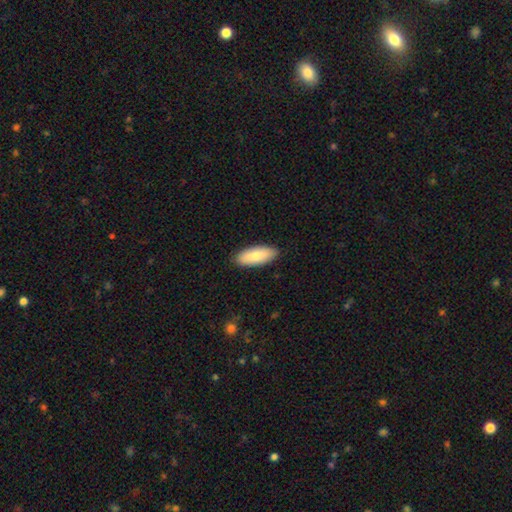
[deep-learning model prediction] smooth_or_featured: smooth (p=0.82) [alt: featured or disk p=0.13]
how_rounded: in between (p=0.79) [alt: cigar-shaped p=0.19]
merging: none (p=0.89) [alt: minor disturbance p=0.09]